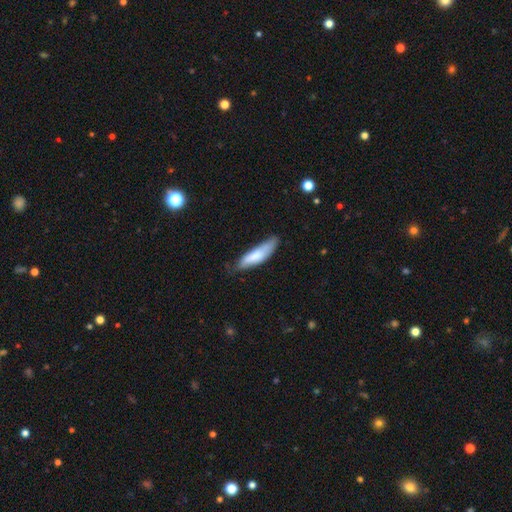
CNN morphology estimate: This appears to be a smooth galaxy with no disk features (76%) that is cigar-shaped (59%). Merging: none (55%).